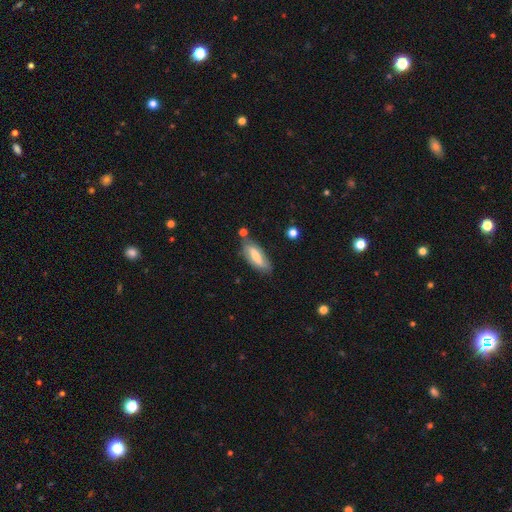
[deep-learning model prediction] smooth-or-featured: smooth: 52% | featured or disk: 42% | star or artifact: 7%
  how-rounded: in between: 74% | cigar-shaped: 24% | round: 2%
  merging: none: 72% | minor disturbance: 19% | merger: 5% | major disturbance: 4%